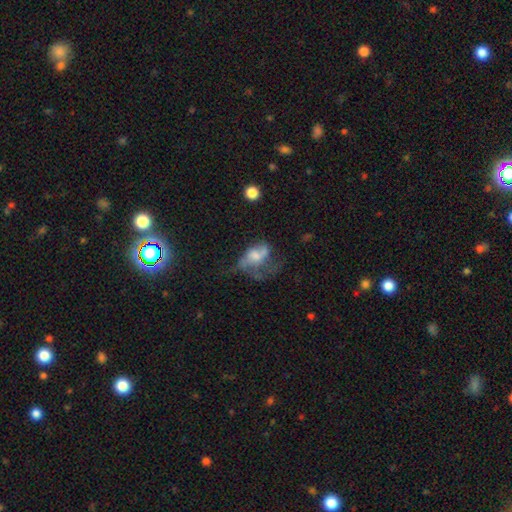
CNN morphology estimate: A featured or disk galaxy (47%). Merging: major disturbance (51%).